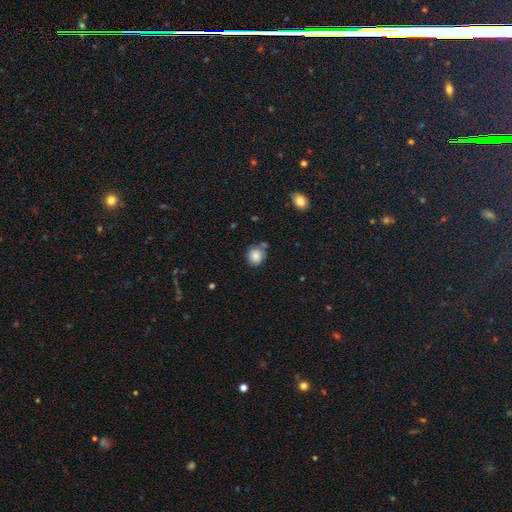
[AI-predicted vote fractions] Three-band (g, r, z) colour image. It shows a smooth galaxy with no disk features (84%) that is round (80%). Merging: none (65%).